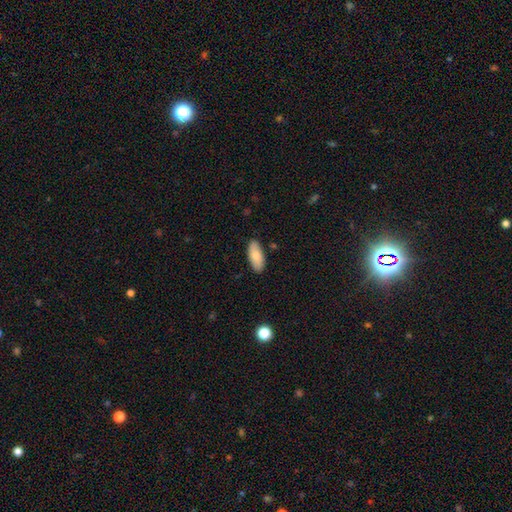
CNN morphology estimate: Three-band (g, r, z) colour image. It shows a smooth galaxy with no disk features (82%) that is in between round and cigar-shaped (86%). Merging: none (86%).